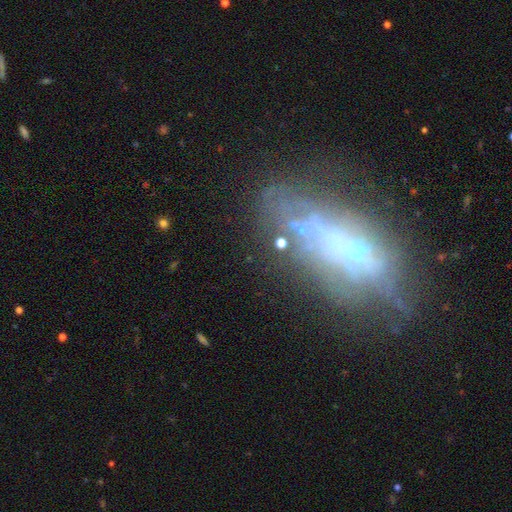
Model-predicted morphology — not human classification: A featured or disk galaxy (54%).

Vote fractions:
- Smooth or featured? featured or disk: 54% / smooth: 25% / star or artifact: 21%
- Edge-on disk? no: 71% / yes: 29%
- Merging? none: 42% / major disturbance: 28% / minor disturbance: 21% / merger: 9%